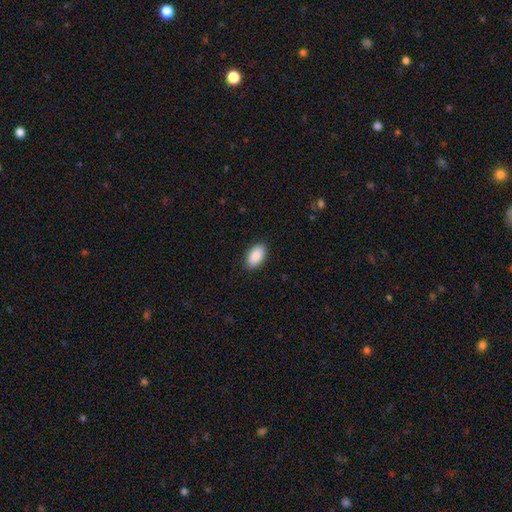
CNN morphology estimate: Smooth or featured: smooth — 89% (star or artifact — 6%)
How rounded: in between — 94% (round — 4%)
Merging: none — 90% (minor disturbance — 7%)